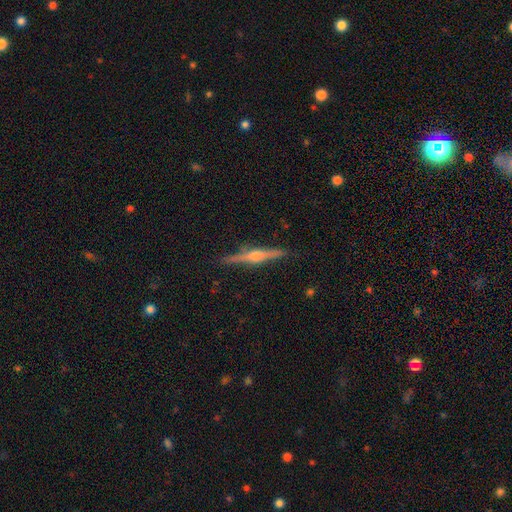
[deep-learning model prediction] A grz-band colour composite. It shows a featured or disk galaxy (84%) viewed edge-on (98%) with a rounded central bulge (90%). Merging: none (90%).